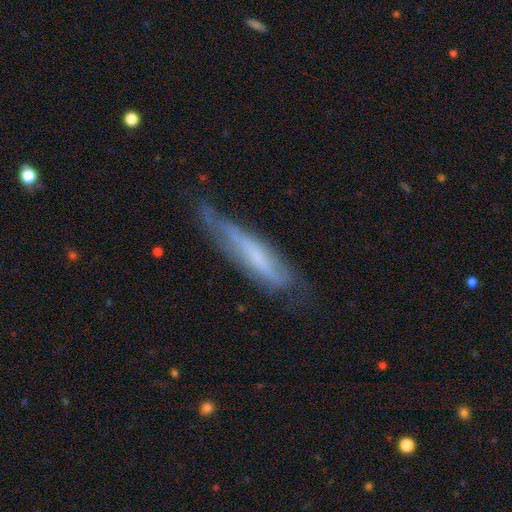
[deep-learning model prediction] Overall: featured or disk (51%; smooth 41%). Edge-on disk: yes (64%; no 36%). Merging: none (48%; minor disturbance 35%).